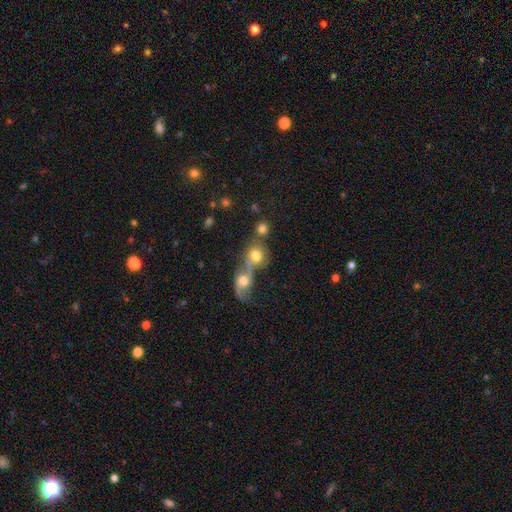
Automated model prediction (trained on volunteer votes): smooth_or_featured: smooth (p=0.73) [alt: featured or disk p=0.16]
how_rounded: round (p=0.75) [alt: in between p=0.24]
merging: merger (p=0.54) [alt: none p=0.33]